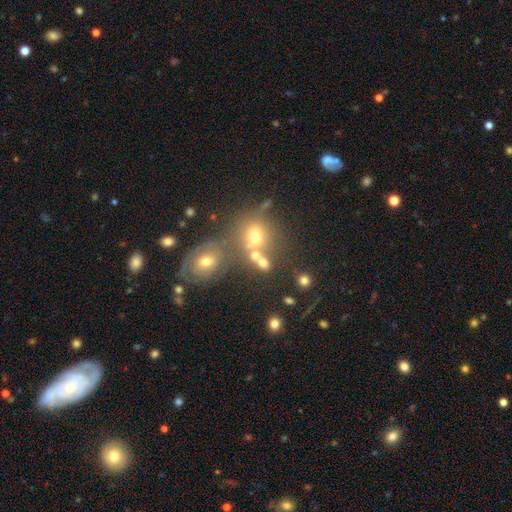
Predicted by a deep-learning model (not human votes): The model was most divided on "merging": none: 46%, merger: 36%, minor disturbance: 11%, major disturbance: 7%. More confident: smooth or featured — smooth (64%); how rounded — round (60%).